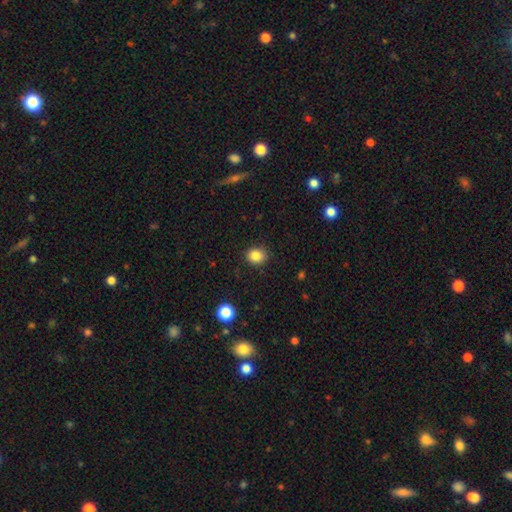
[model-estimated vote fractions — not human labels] This is clearly a smooth galaxy (85%). How rounded: likely round (70%). Merging: clearly none (88%).